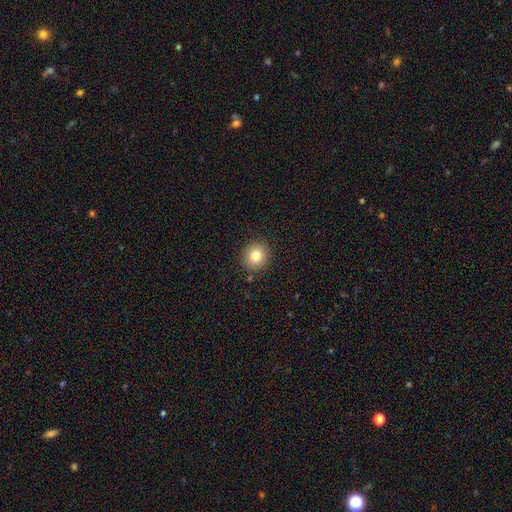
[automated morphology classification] smooth 81%, star or artifact 11%, featured or disk 8%. Down the decision tree: how rounded — round (83%); merging — none (88%).